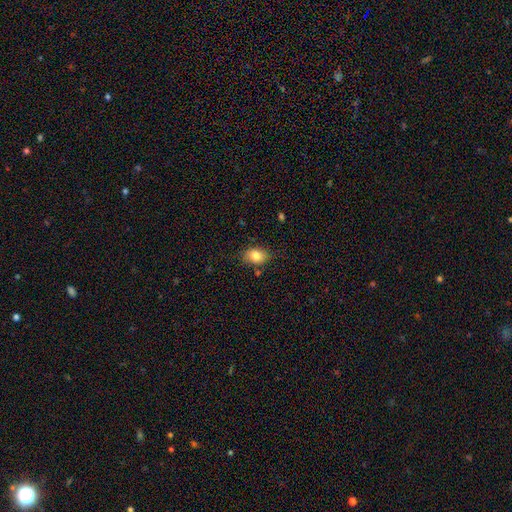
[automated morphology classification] type=smooth (83%); roundness=in between (74%); merging=none (79%).